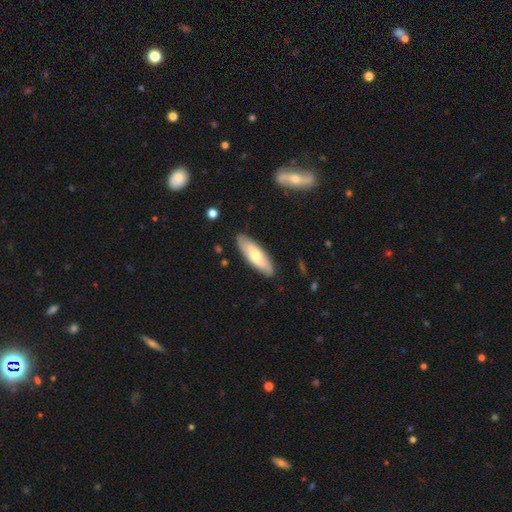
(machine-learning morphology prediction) smooth 58%, featured or disk 37%, star or artifact 5%. Down the decision tree: how rounded — in between (55%); merging — none (87%).